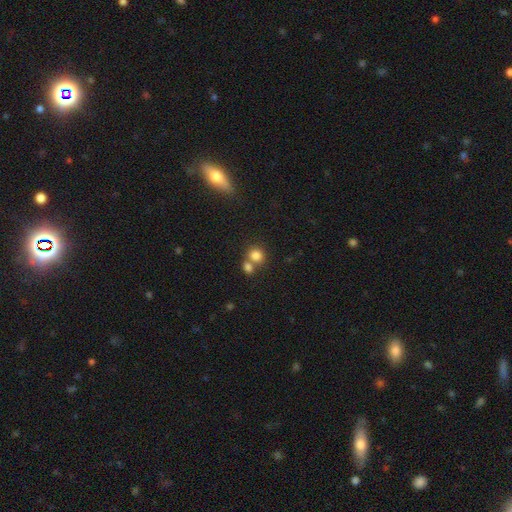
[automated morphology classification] Smooth or featured? smooth (80%)
How rounded? round (76%)
Merging? none (47%)